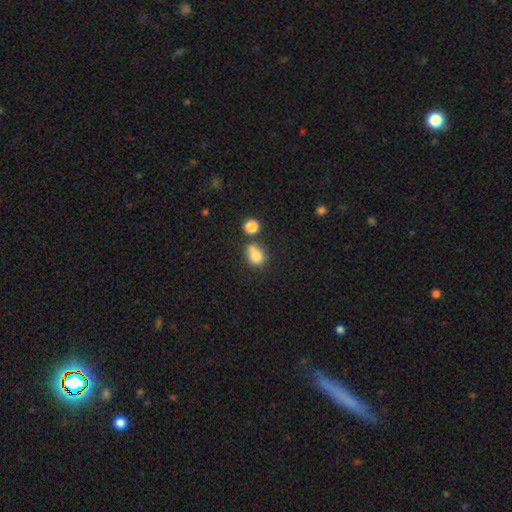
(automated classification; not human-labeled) A smooth galaxy with no disk features (80%) that is round (58%). Merging: none (42%).